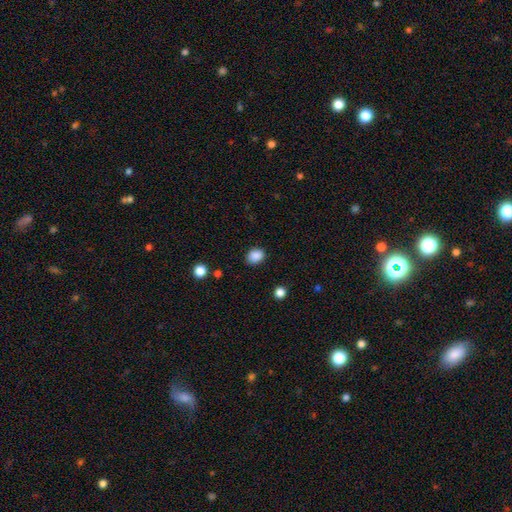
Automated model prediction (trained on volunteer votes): A smooth galaxy with no disk features (87%) that is in between round and cigar-shaped (52%).

Vote fractions:
- Smooth or featured? smooth: 87% / star or artifact: 10% / featured or disk: 3%
- How rounded? in between: 52% / round: 47% / cigar-shaped: 1%
- Merging? none: 84% / minor disturbance: 12% / major disturbance: 3% / merger: 1%